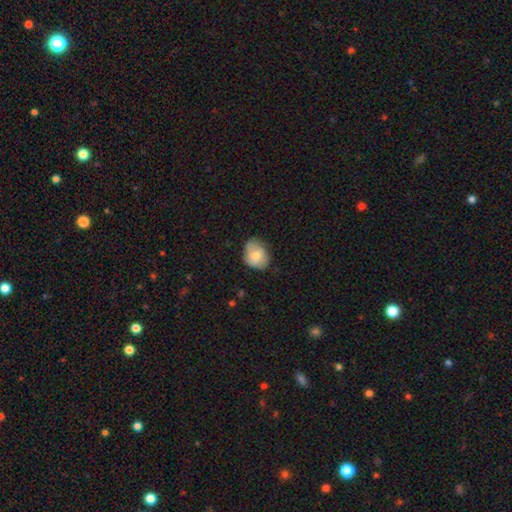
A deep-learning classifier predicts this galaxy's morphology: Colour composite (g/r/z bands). It shows a smooth galaxy with no disk features (74%) that is in between round and cigar-shaped (58%). Merging: none (61%).